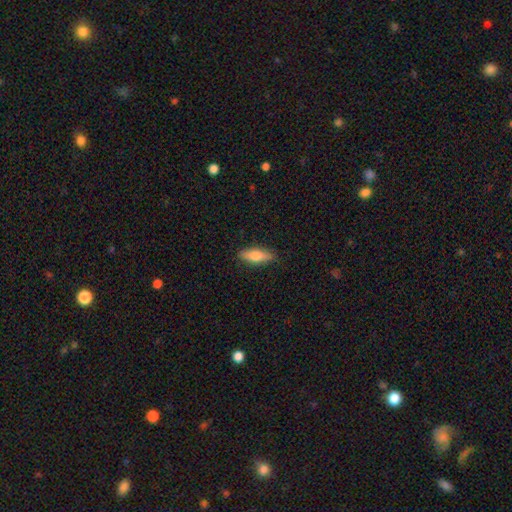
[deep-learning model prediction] This appears to be a smooth galaxy with no disk features (73%) that is in between round and cigar-shaped (60%). Merging: none (86%).